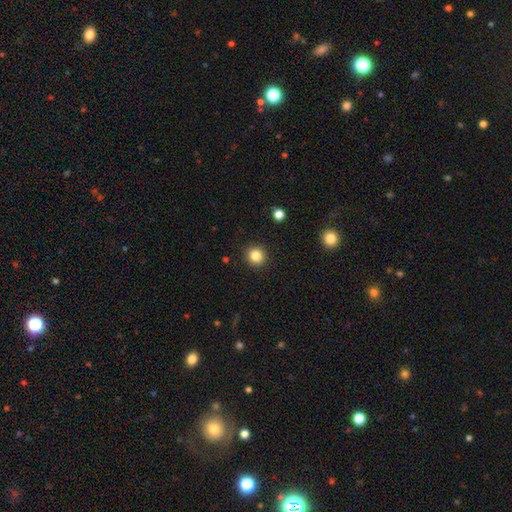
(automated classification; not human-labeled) The model was most divided on "smooth or featured": smooth: 84%, star or artifact: 11%, featured or disk: 5%. More confident: merging — none (92%); how rounded — round (92%).